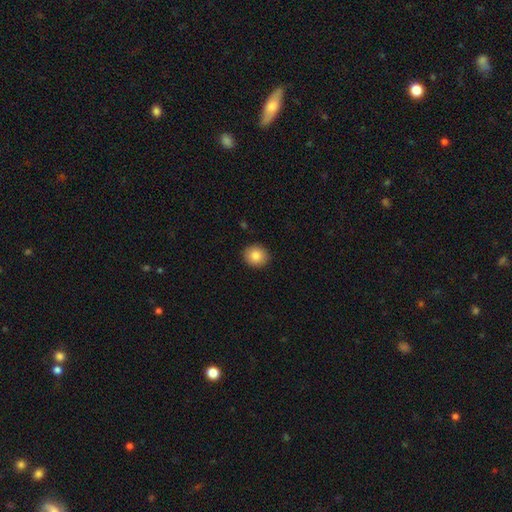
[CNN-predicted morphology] Overall: smooth (86%). How rounded: round (81%). Merging: none (91%).